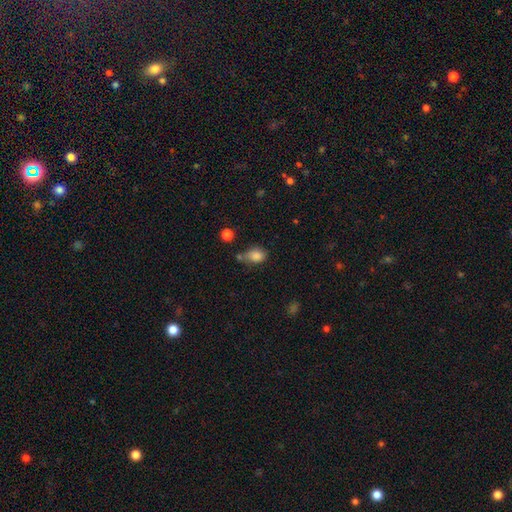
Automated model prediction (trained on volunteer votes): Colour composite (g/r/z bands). It shows a smooth galaxy with no disk features (84%) that is in between round and cigar-shaped (73%). Merging: none (50%).